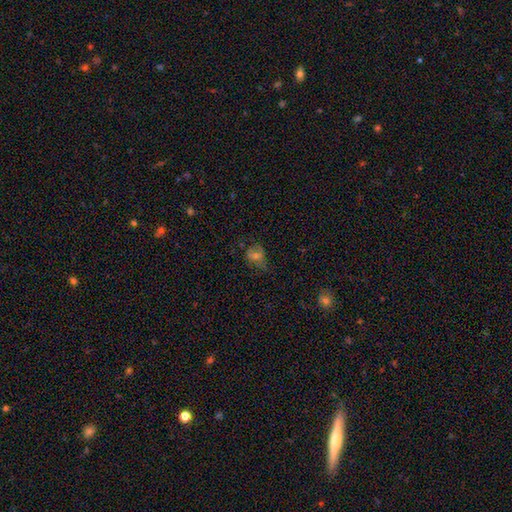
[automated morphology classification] This is possibly a smooth galaxy (51%). How rounded: possibly in between (51%). Merging: possibly none (55%).